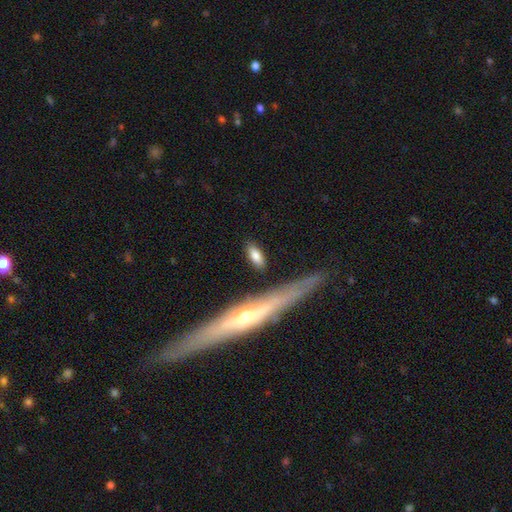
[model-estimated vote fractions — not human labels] smooth_or_featured: smooth (p=0.78) [alt: featured or disk p=0.16]
how_rounded: in between (p=0.75) [alt: cigar-shaped p=0.21]
merging: none (p=0.84) [alt: minor disturbance p=0.10]